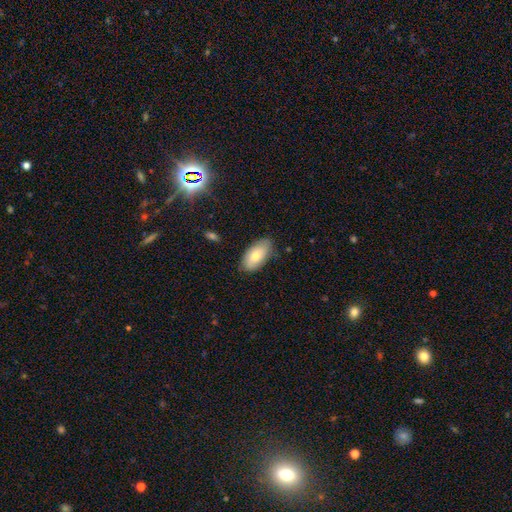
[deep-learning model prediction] This is likely a smooth galaxy (75%). How rounded: clearly in between (94%). Merging: likely none (79%).